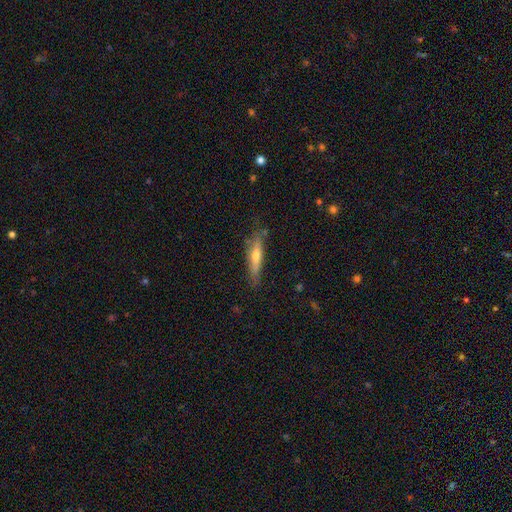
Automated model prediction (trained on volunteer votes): A featured or disk galaxy (51%) viewed edge-on (88%).

Vote fractions:
- Smooth or featured? featured or disk: 51% / smooth: 43% / star or artifact: 7%
- Edge-on disk? yes: 88% / no: 12%
- Merging? none: 77% / minor disturbance: 18% / major disturbance: 3% / merger: 2%